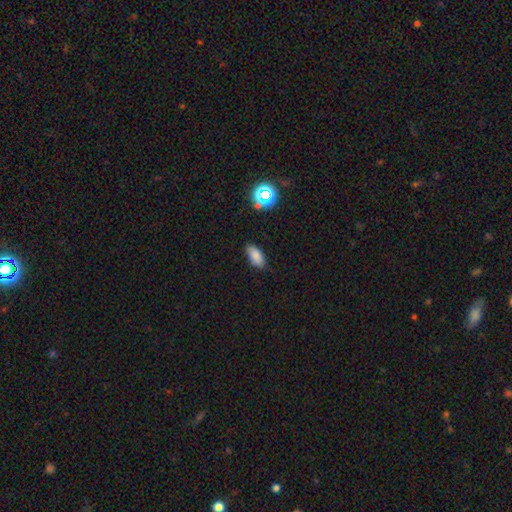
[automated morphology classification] Q: Smooth or featured?
A: smooth (81%); runner-up: star or artifact (12%)
Q: How rounded?
A: in between (88%); runner-up: cigar-shaped (8%)
Q: Merging?
A: none (82%); runner-up: minor disturbance (13%)